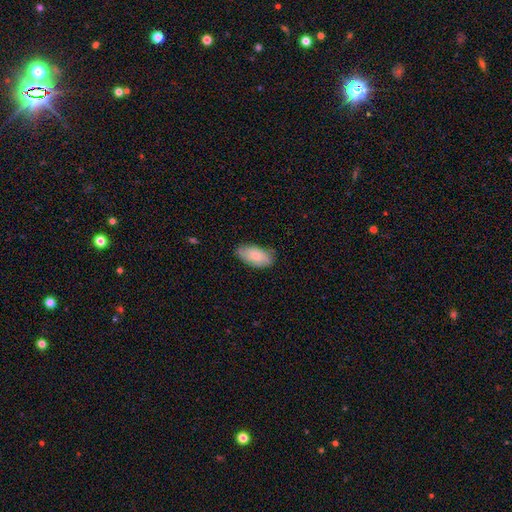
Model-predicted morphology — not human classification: Smooth or featured? Predicted: smooth (p=0.78). How rounded? Predicted: in between (p=0.93). Merging? Predicted: none (p=0.75).